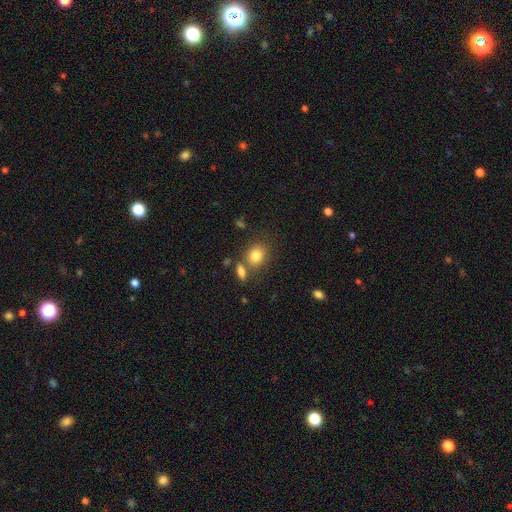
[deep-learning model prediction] A smooth galaxy with no disk features (81%) that is round (58%). Merging: none (65%).